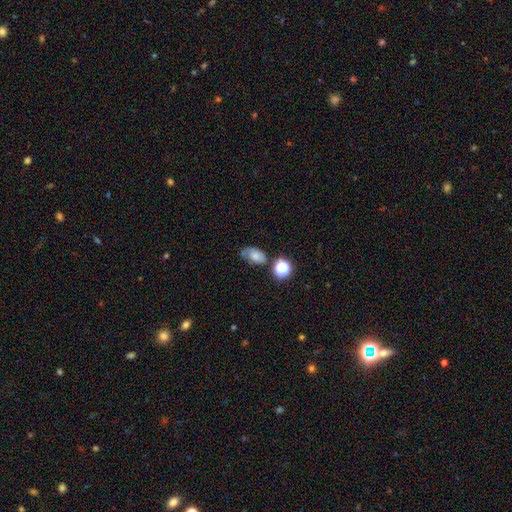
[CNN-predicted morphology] A smooth galaxy with no disk features (64%) that is in between round and cigar-shaped (81%). Merging: none (47%).